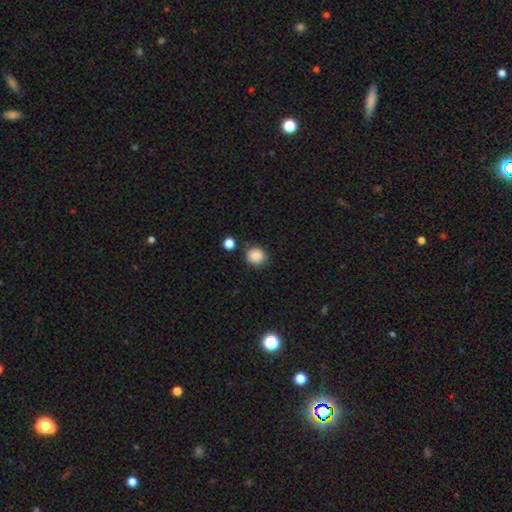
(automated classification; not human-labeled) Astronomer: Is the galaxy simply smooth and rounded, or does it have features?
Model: smooth — 87%.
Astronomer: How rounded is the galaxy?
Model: round — 87%.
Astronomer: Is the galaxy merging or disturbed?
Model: none — 85%.